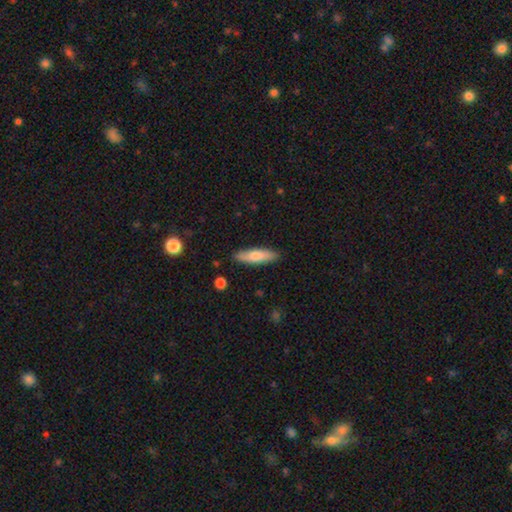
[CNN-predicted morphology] The model was most divided on "how rounded": cigar-shaped: 67%, in between: 31%, round: 2%. More confident: merging — none (87%); smooth or featured — smooth (72%).